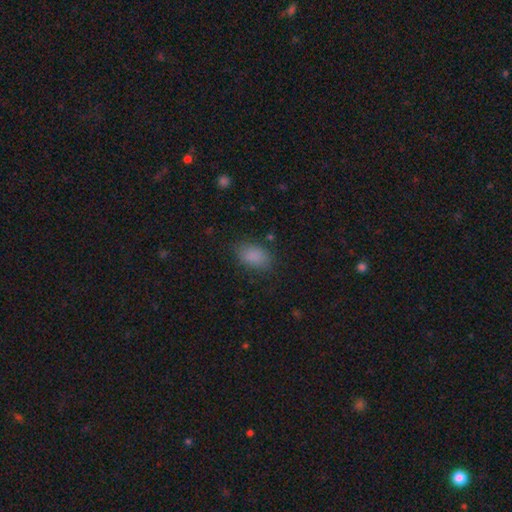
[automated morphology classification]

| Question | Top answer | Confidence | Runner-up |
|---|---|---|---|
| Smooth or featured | smooth | 86% | star or artifact (9%) |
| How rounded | in between | 88% | round (10%) |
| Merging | none | 79% | minor disturbance (15%) |